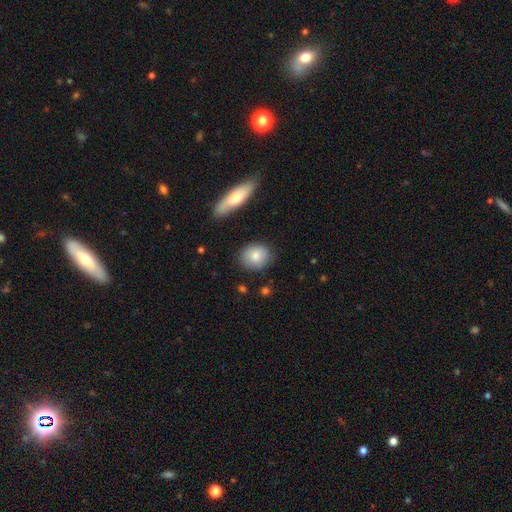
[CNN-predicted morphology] A smooth galaxy with no disk features (81%) that is round (62%).

Vote fractions:
- Smooth or featured? smooth: 81% / featured or disk: 12% / star or artifact: 7%
- How rounded? round: 62% / in between: 36% / cigar-shaped: 2%
- Merging? none: 85% / minor disturbance: 10% / merger: 3% / major disturbance: 2%